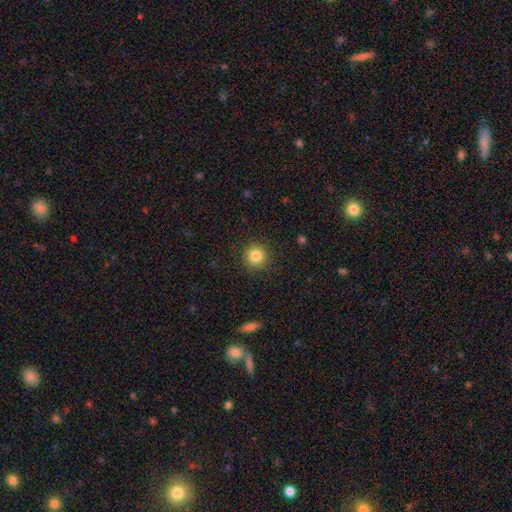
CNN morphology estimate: Smooth or featured? smooth (84%)
How rounded? round (94%)
Merging? none (90%)